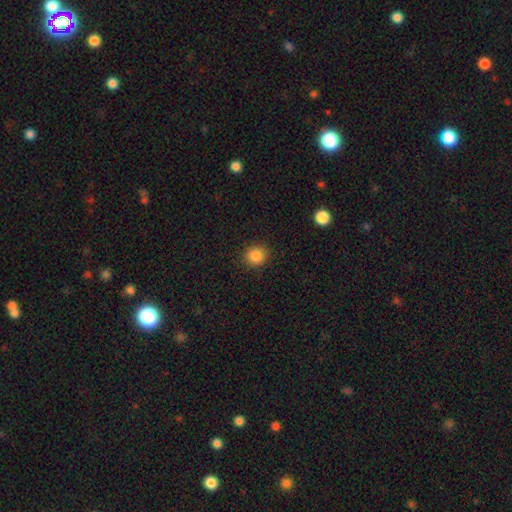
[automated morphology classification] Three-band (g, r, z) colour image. It shows a smooth galaxy with no disk features (85%) that is round (89%). Merging: none (90%).